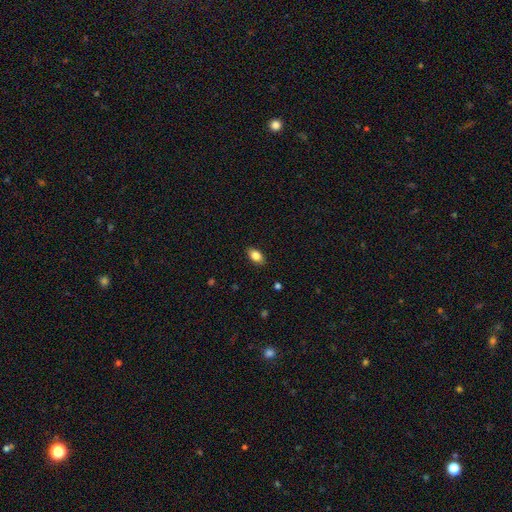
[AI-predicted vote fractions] Smooth or featured: smooth — 83% (featured or disk — 9%)
How rounded: in between — 88% (round — 8%)
Merging: none — 87% (minor disturbance — 9%)